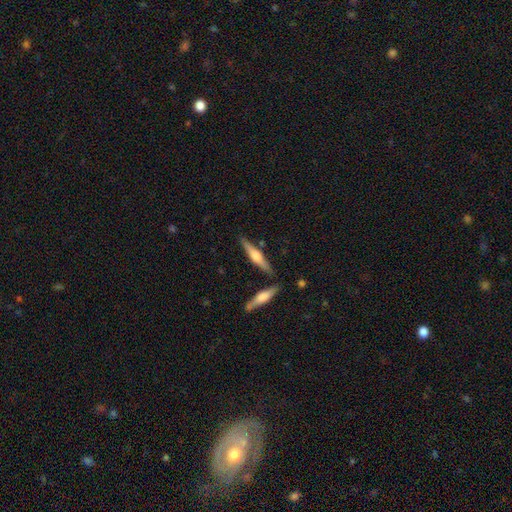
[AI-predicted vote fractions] Overall: featured or disk (60%; smooth 35%). Edge-on disk: yes (96%). Edge-on bulge: rounded (82%). Merging: none (79%).